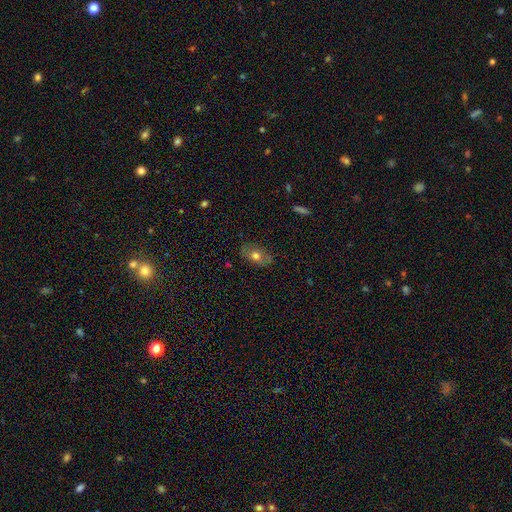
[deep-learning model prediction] Smooth or featured: smooth — 67% (featured or disk — 24%)
How rounded: in between — 84% (round — 13%)
Merging: none — 82% (minor disturbance — 14%)